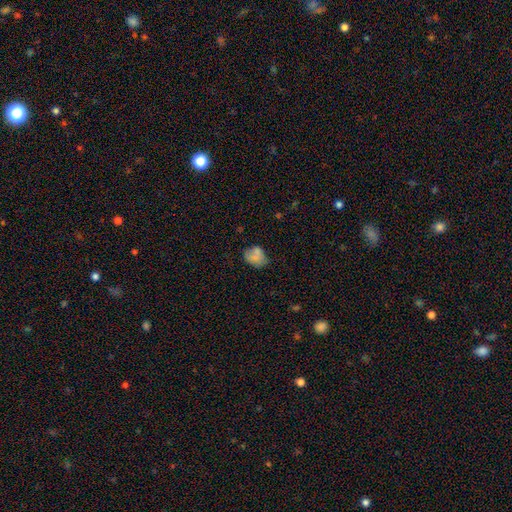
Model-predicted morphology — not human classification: type=smooth (72%); roundness=in between (54%); merging=none (49%).